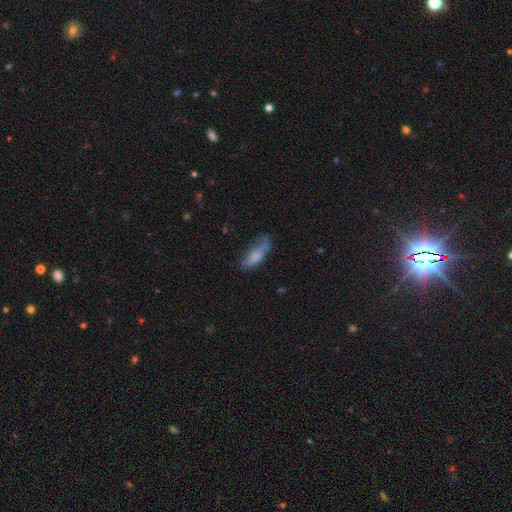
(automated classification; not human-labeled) This is likely a smooth galaxy (73%). How rounded: possibly in between (52%). Merging: possibly none (53%).